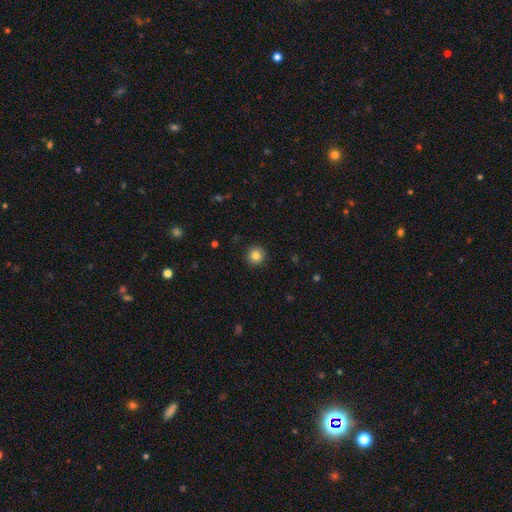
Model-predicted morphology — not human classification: A smooth galaxy with no disk features (83%) that is round (95%). Merging: none (92%).